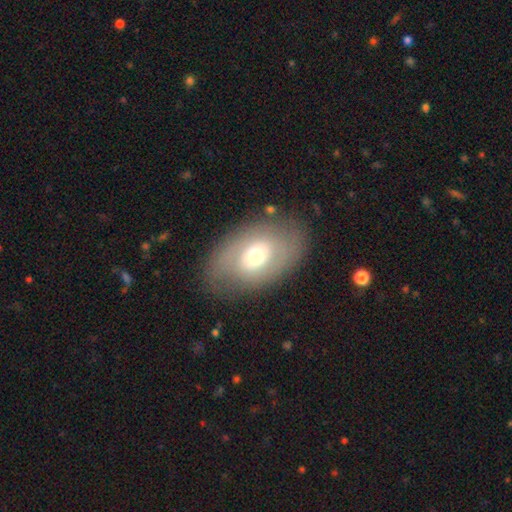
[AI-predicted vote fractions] smooth_or_featured: featured or disk (p=0.47) [alt: smooth p=0.45]
merging: none (p=0.78) [alt: minor disturbance p=0.13]